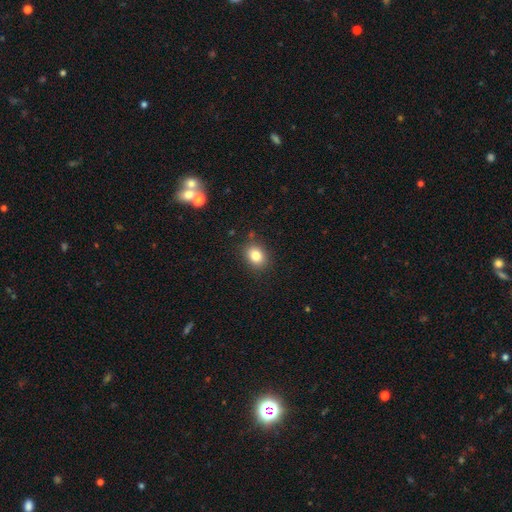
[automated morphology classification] A smooth galaxy with no disk features (83%) that is round (52%). Merging: none (86%).